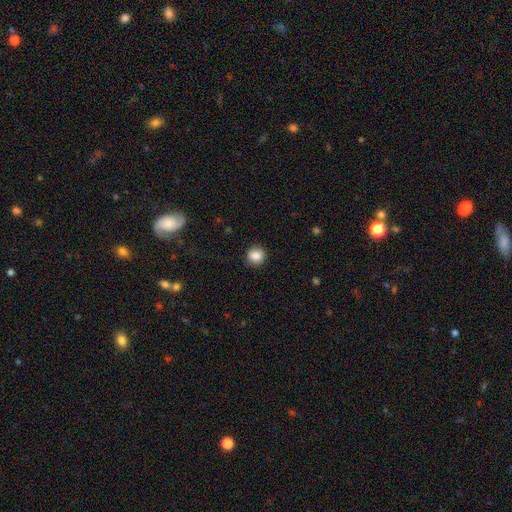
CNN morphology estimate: Smooth or featured? smooth (86%)
How rounded? round (83%)
Merging? none (88%)